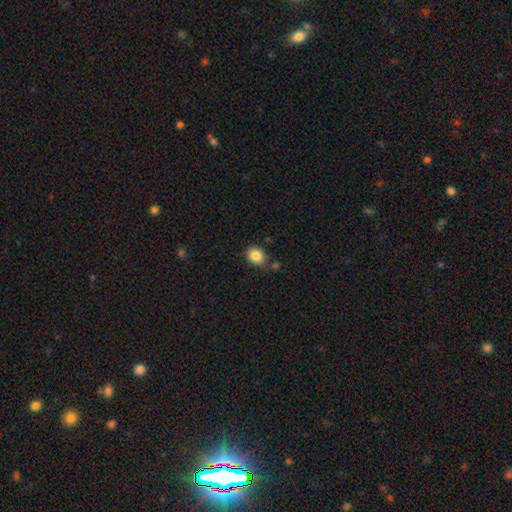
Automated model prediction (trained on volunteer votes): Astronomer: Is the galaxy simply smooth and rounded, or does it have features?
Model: smooth — 86%.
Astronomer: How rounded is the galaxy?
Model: round — 53% (runner-up: in between, 46%).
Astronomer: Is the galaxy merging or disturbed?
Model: none — 78%.